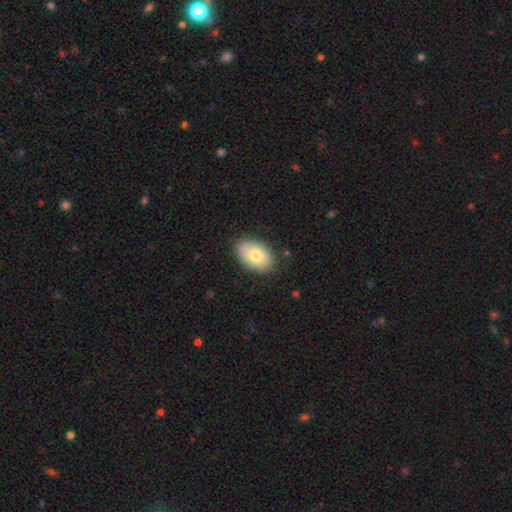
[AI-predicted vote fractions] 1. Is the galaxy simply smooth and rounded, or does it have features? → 77% smooth, 16% featured or disk, 7% star or artifact.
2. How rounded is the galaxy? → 89% in between, 10% round, 1% cigar-shaped.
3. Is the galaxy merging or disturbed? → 85% none, 12% minor disturbance, 3% major disturbance, 1% merger.